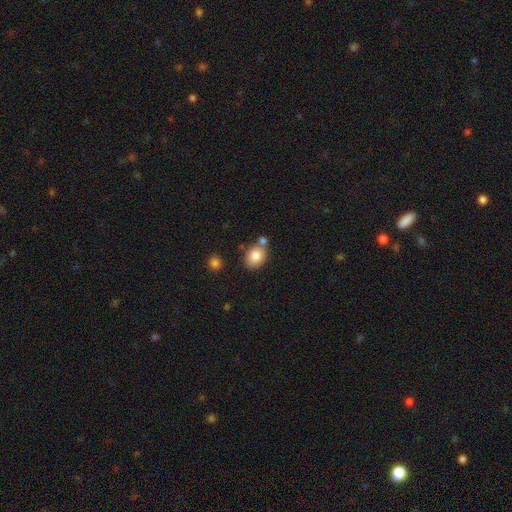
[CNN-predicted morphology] Smooth or featured: smooth — 82% (featured or disk — 9%)
How rounded: in between — 61% (round — 38%)
Merging: none — 62% (merger — 20%)